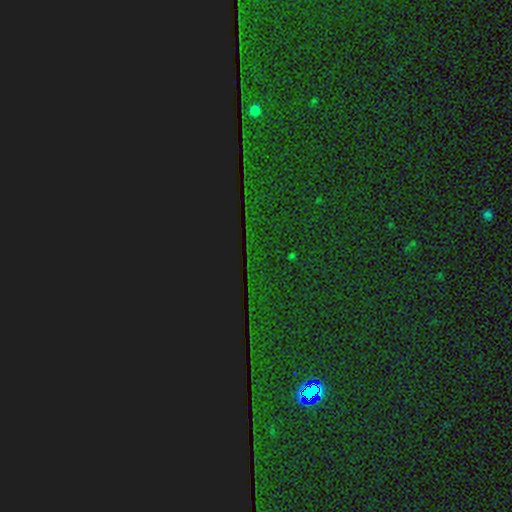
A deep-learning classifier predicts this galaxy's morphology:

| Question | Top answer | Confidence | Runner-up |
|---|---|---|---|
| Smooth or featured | star or artifact | 86% | smooth (8%) |